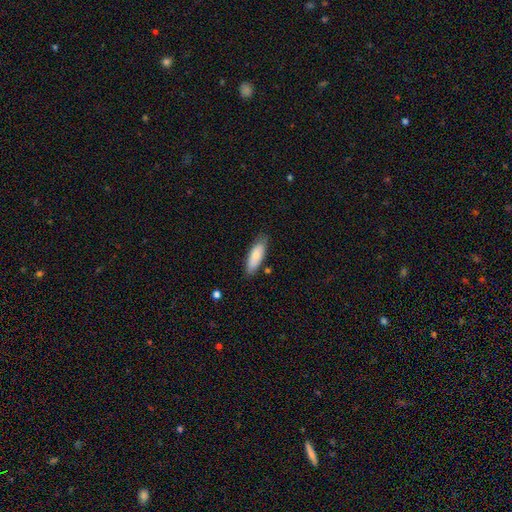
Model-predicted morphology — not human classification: type=smooth (78%); roundness=in between (62%); merging=none (78%).